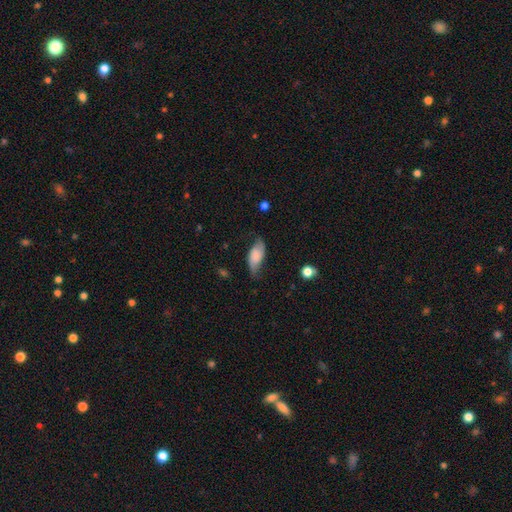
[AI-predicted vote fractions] smooth_or_featured: smooth (p=0.62) [alt: featured or disk p=0.30]
how_rounded: in between (p=0.88) [alt: cigar-shaped p=0.09]
merging: none (p=0.60) [alt: minor disturbance p=0.29]